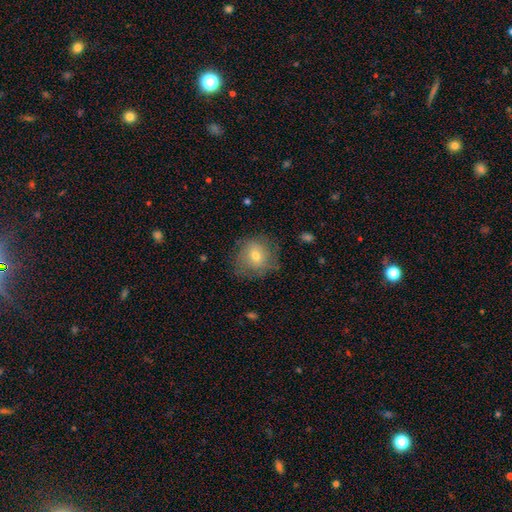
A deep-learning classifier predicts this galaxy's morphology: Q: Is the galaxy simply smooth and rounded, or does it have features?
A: smooth — 68%.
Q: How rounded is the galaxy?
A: round — 84%.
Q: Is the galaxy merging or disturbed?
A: none — 71%.